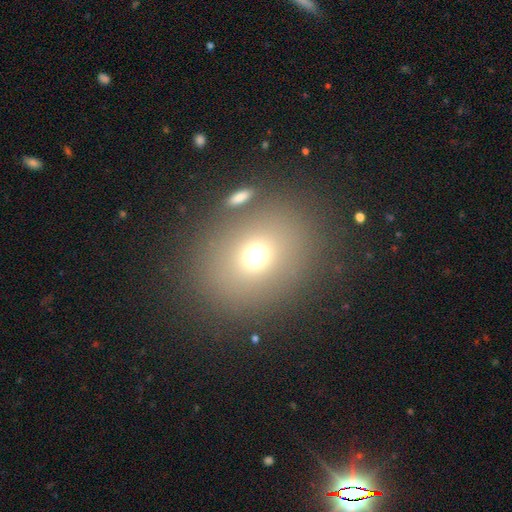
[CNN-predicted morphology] A smooth galaxy with no disk features (70%) that is round (68%).

Vote fractions:
- Smooth or featured? smooth: 70% / star or artifact: 19% / featured or disk: 11%
- How rounded? round: 68% / in between: 30% / cigar-shaped: 1%
- Merging? none: 74% / merger: 12% / minor disturbance: 9% / major disturbance: 5%